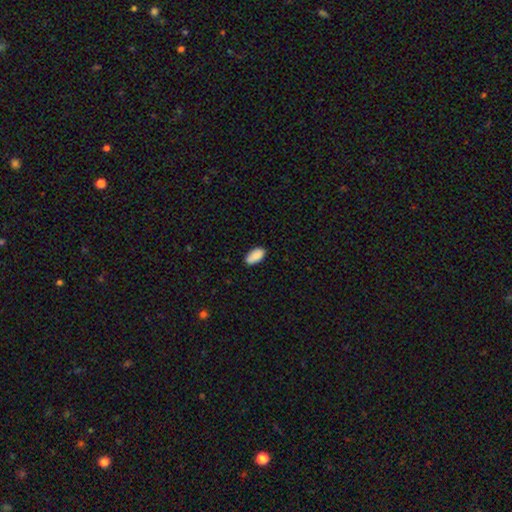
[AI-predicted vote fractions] This appears to be a smooth galaxy with no disk features (89%) that is in between round and cigar-shaped (93%). Merging: none (84%).